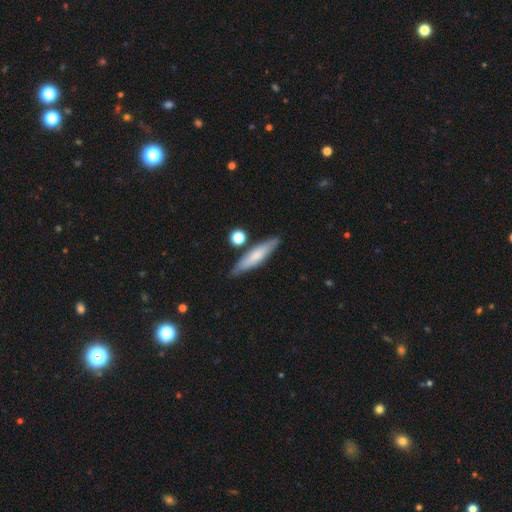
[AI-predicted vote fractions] A smooth galaxy with no disk features (65%) that is cigar-shaped (82%). Merging: none (80%).